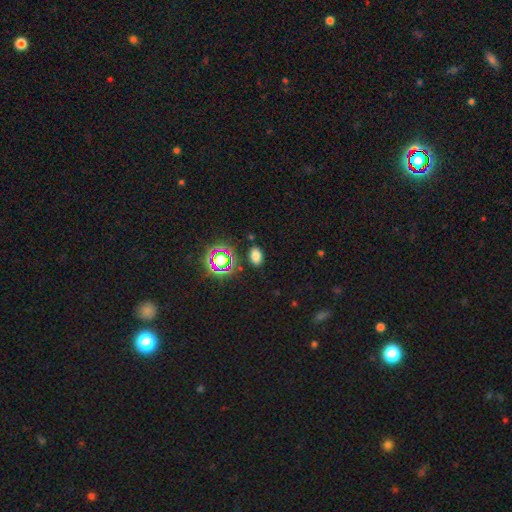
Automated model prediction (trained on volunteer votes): smooth-or-featured: smooth: 73% | star or artifact: 21% | featured or disk: 6%
  how-rounded: in between: 85% | round: 13% | cigar-shaped: 2%
  merging: none: 84% | minor disturbance: 10% | major disturbance: 3% | merger: 3%